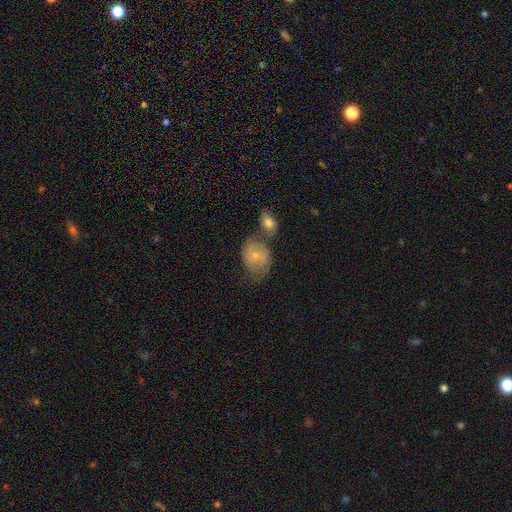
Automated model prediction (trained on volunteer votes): Smooth or featured? Predicted: smooth (p=0.55). How rounded? Predicted: in between (p=0.54). Merging? Predicted: none (p=0.39).